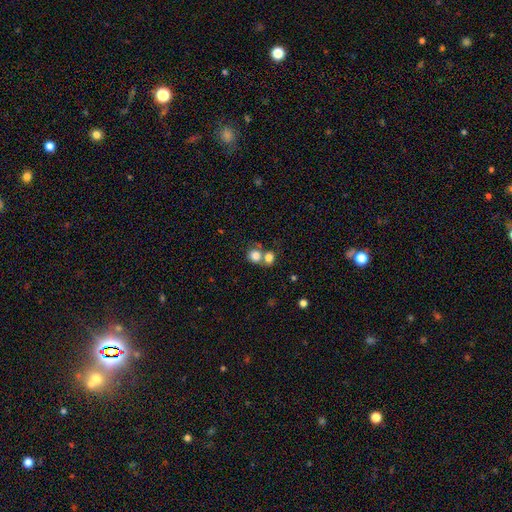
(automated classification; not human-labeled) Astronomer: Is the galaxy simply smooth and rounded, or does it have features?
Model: smooth — 81%.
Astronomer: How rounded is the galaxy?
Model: round — 76%.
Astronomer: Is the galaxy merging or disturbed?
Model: merger — 51% (runner-up: none, 37%).